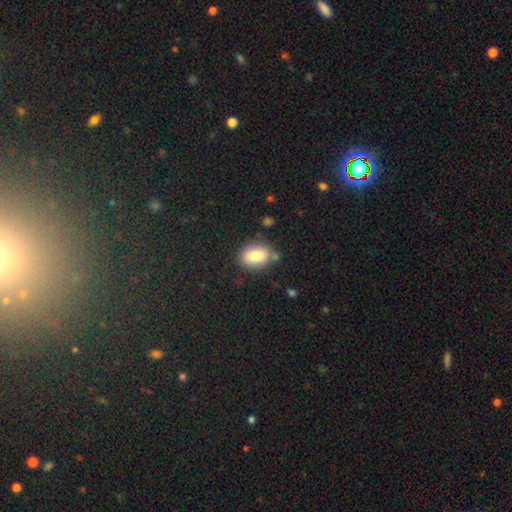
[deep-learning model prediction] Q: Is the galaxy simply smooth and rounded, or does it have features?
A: smooth — 86%.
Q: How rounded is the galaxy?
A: in between — 83%.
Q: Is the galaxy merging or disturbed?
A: none — 71%.